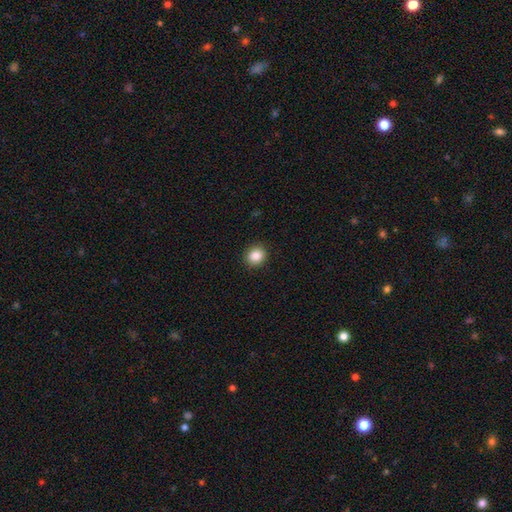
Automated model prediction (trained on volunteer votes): Q: Smooth or featured?
A: smooth (87%); runner-up: star or artifact (10%)
Q: How rounded?
A: round (78%); runner-up: in between (21%)
Q: Merging?
A: none (91%); runner-up: minor disturbance (6%)